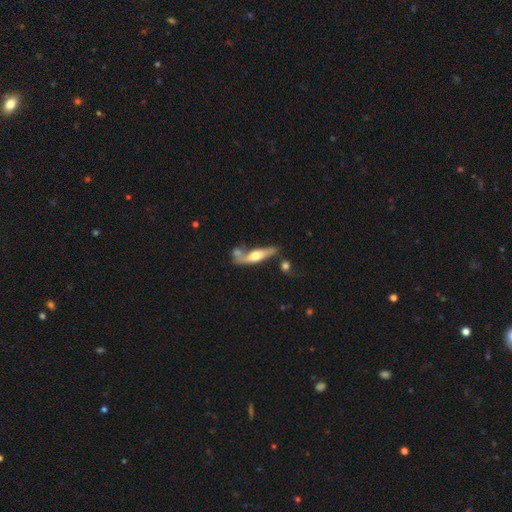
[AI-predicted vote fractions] A featured or disk galaxy (51%) viewed edge-on (79%).

Vote fractions:
- Smooth or featured? featured or disk: 51% / smooth: 43% / star or artifact: 6%
- Edge-on disk? yes: 79% / no: 21%
- Merging? none: 48% / merger: 26% / minor disturbance: 17% / major disturbance: 8%